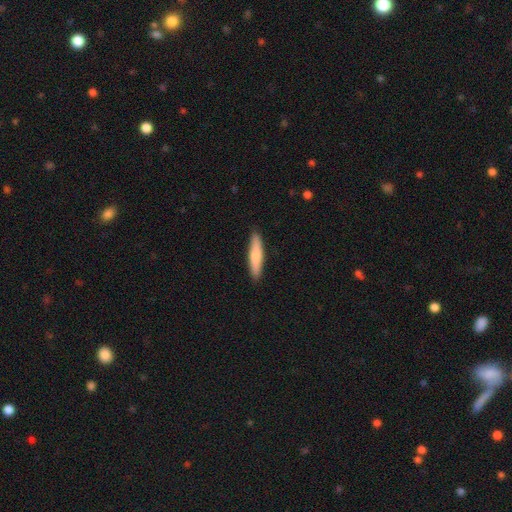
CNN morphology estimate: This is likely a smooth galaxy (75%). How rounded: clearly cigar-shaped (86%). Merging: clearly none (90%).